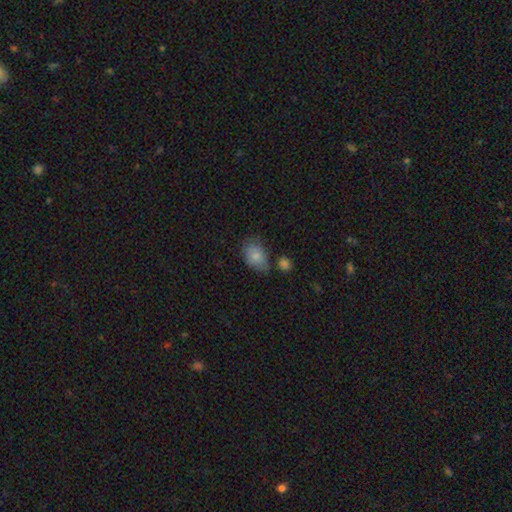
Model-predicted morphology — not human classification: type=smooth (80%); roundness=in between (78%); merging=none (51%).